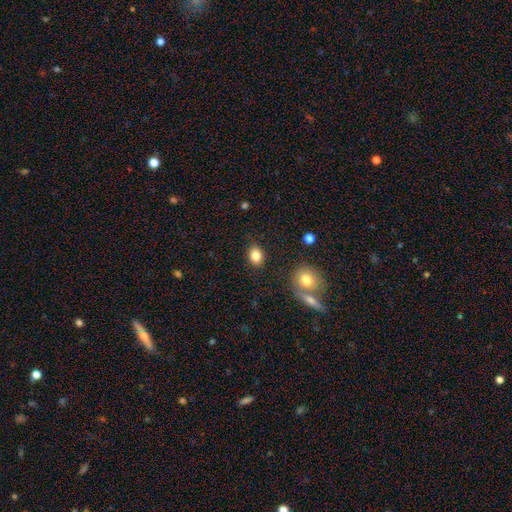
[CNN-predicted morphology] smooth-or-featured: smooth: 83% | star or artifact: 10% | featured or disk: 7%
  how-rounded: in between: 57% | round: 42% | cigar-shaped: 1%
  merging: none: 84% | minor disturbance: 11% | merger: 3% | major disturbance: 3%